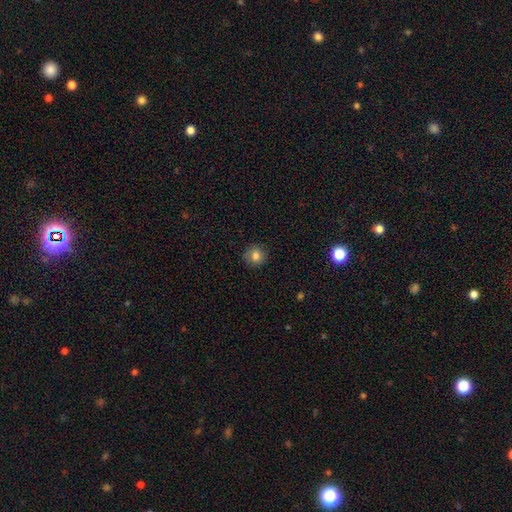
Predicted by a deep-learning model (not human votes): The model was most divided on "smooth or featured": smooth: 82%, star or artifact: 11%, featured or disk: 7%. More confident: how rounded — round (89%); merging — none (87%).